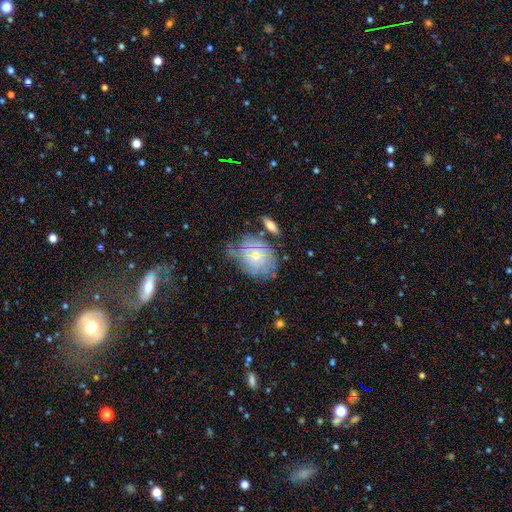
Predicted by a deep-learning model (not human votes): A featured or disk galaxy (59%) with no bar (77%), spiral arms (71%) and a small central bulge (56%).

Vote fractions:
- Smooth or featured? featured or disk: 59% / smooth: 30% / star or artifact: 11%
- Edge-on disk? no: 95% / yes: 5%
- Bar? no: 77% / weak: 19% / strong: 3%
- Spiral arms? yes: 71% / no: 29%
- Bulge size? small: 56% / moderate: 39% / large: 2% / none: 2% / dominant: 1%
- Merging? none: 55% / minor disturbance: 25% / major disturbance: 12% / merger: 8%